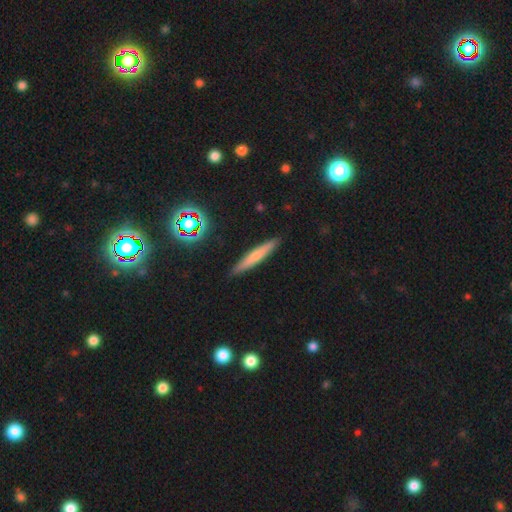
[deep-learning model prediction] Morphology: type=smooth (57%); roundness=cigar-shaped (92%); merging=none (90%).